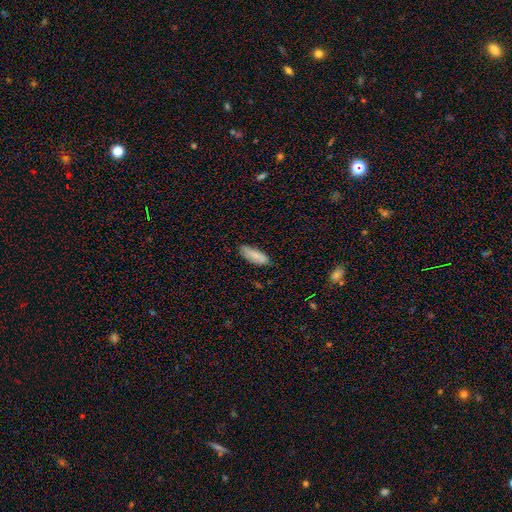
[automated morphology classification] A smooth galaxy with no disk features (82%) that is in between round and cigar-shaped (76%).

Vote fractions:
- Smooth or featured? smooth: 82% / featured or disk: 12% / star or artifact: 6%
- How rounded? in between: 76% / cigar-shaped: 22% / round: 2%
- Merging? none: 76% / minor disturbance: 19% / major disturbance: 3% / merger: 1%